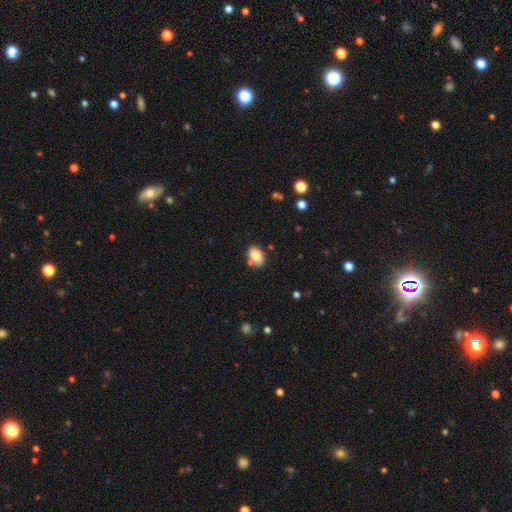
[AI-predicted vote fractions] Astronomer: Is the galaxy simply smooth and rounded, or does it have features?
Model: smooth — 79%.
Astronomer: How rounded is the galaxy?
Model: in between — 78%.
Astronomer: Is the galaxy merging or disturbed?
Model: none — 67%.